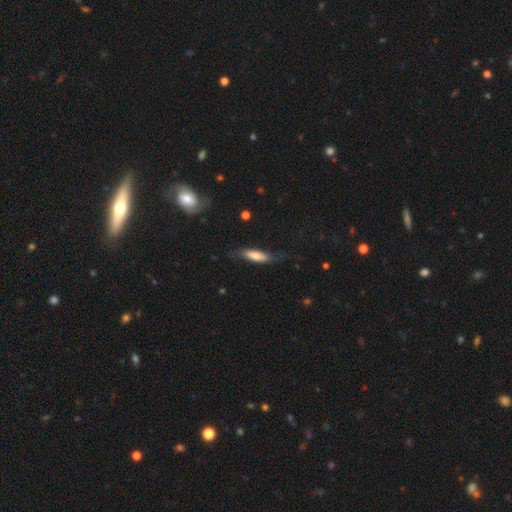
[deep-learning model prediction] Smooth or featured? Predicted: smooth (p=0.59). How rounded? Predicted: cigar-shaped (p=0.65). Merging? Predicted: none (p=0.62).